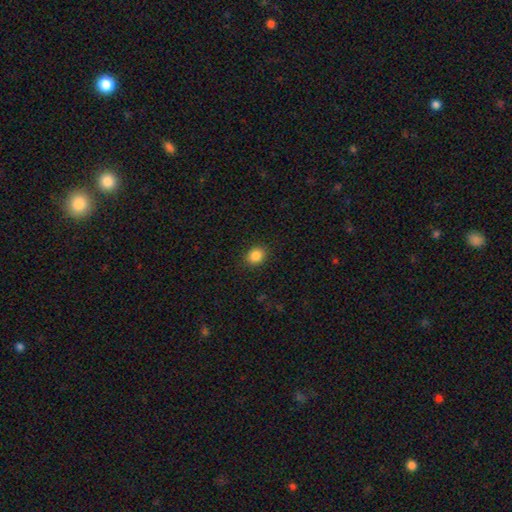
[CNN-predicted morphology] smooth 86%, star or artifact 10%, featured or disk 4%. Down the decision tree: how rounded — round (65%); merging — none (90%).